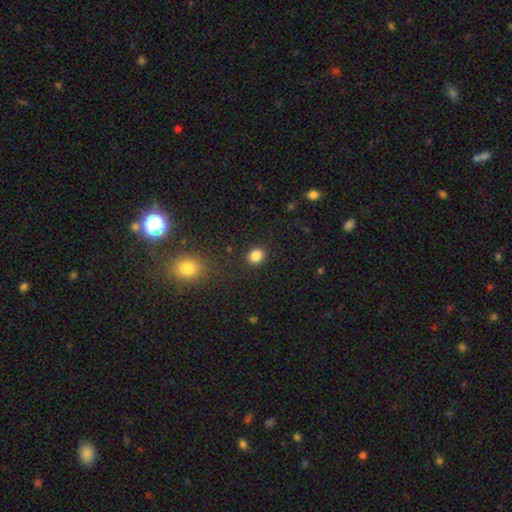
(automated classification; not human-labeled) The model was most divided on "how rounded": round: 75%, in between: 24%, cigar-shaped: 1%. More confident: merging — none (88%); smooth or featured — smooth (84%).